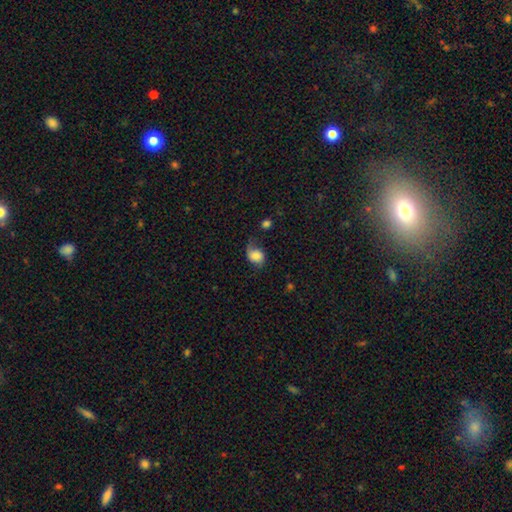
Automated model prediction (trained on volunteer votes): The model was most divided on "merging": none: 42%, minor disturbance: 34%, major disturbance: 22%, merger: 3%. More confident: smooth or featured — smooth (67%); how rounded — in between (57%).